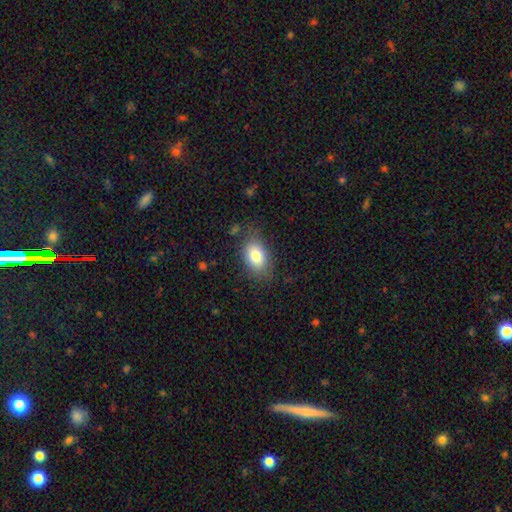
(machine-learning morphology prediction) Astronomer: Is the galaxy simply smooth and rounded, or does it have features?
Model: smooth — 80%.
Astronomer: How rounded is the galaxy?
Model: in between — 84%.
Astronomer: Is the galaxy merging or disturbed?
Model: none — 77%.